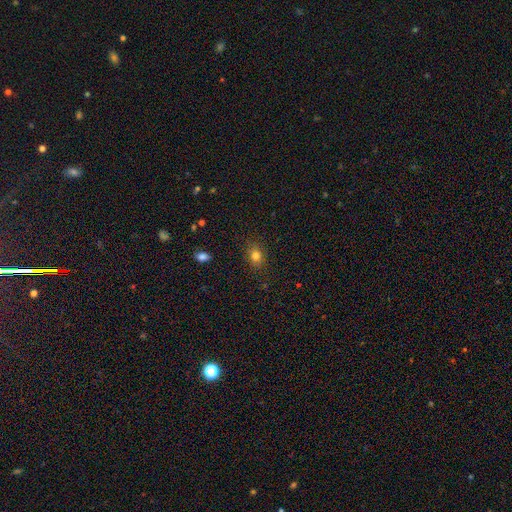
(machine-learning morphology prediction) Smooth or featured?
  - smooth: 80% *
  - star or artifact: 12%
  - featured or disk: 7%
How rounded?
  - in between: 59% *
  - round: 39%
  - cigar-shaped: 1%
Merging?
  - none: 85% *
  - minor disturbance: 11%
  - major disturbance: 3%
  - merger: 1%